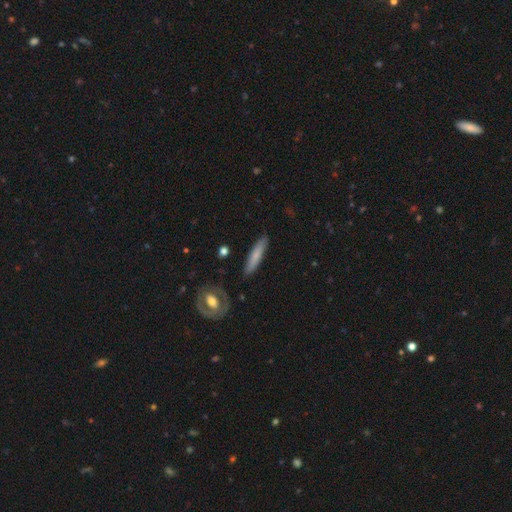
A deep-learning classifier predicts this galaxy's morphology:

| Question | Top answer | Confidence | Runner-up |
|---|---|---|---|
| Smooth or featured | smooth | 70% | featured or disk (24%) |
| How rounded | cigar-shaped | 87% | in between (12%) |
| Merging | none | 87% | minor disturbance (9%) |